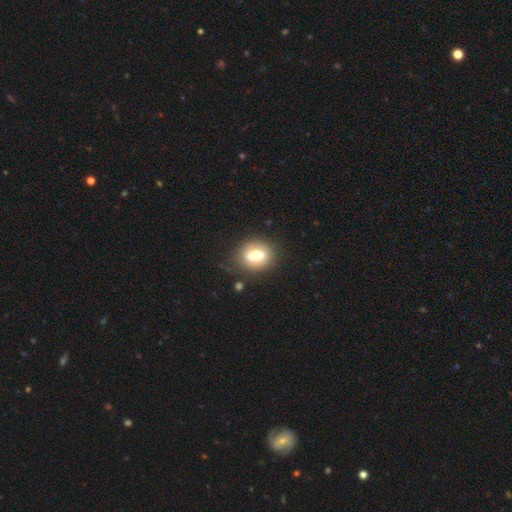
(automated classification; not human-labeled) This appears to be a smooth galaxy with no disk features (59%) that is in between round and cigar-shaped (53%). Merging: none (77%).